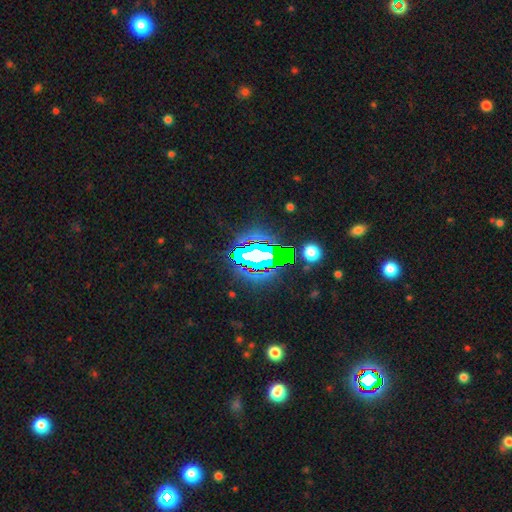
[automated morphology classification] smooth-or-featured: star or artifact: 66% | smooth: 18% | featured or disk: 16%